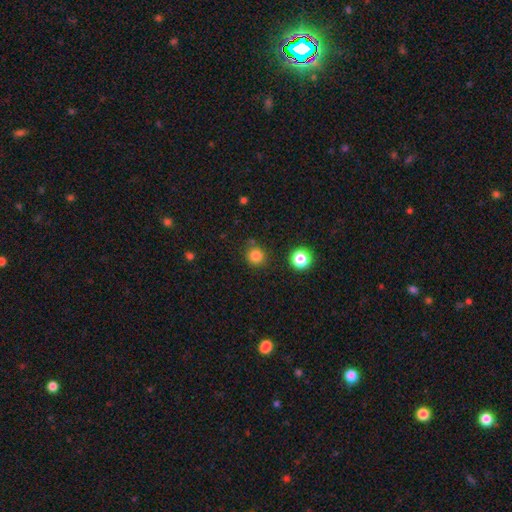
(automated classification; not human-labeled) This is clearly a smooth galaxy (82%). How rounded: clearly round (94%). Merging: clearly none (85%).